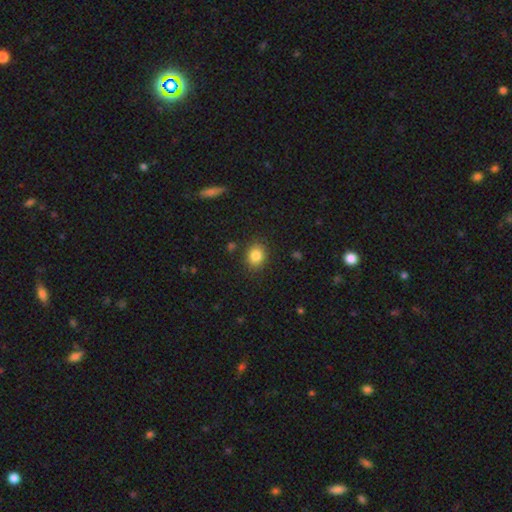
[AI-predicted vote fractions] This is clearly a smooth galaxy (84%). How rounded: likely round (65%). Merging: clearly none (86%).